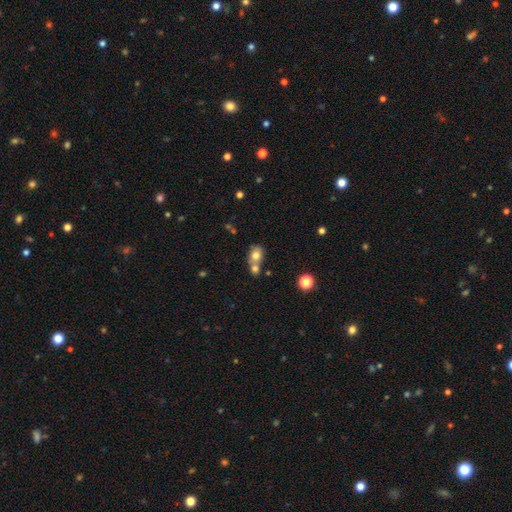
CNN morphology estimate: This is likely a smooth galaxy (74%). How rounded: possibly in between (50%). Merging: possibly merger (52%).